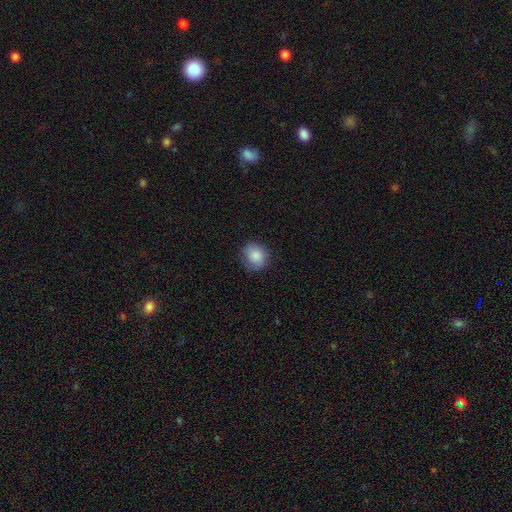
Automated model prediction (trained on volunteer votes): Smooth or featured? smooth (86%)
How rounded? round (75%)
Merging? none (77%)